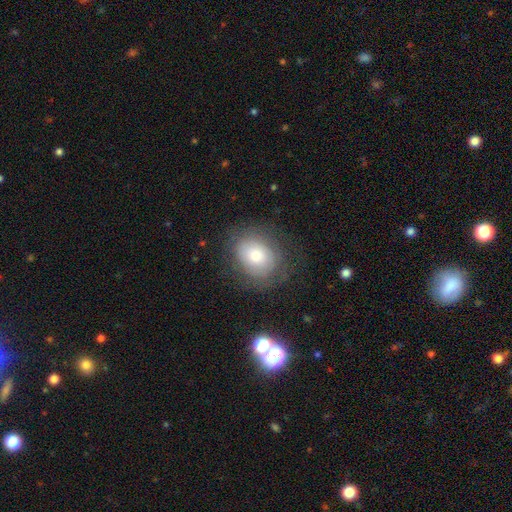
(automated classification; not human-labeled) This is possibly a smooth galaxy (58%). How rounded: possibly round (54%). Merging: likely none (72%).